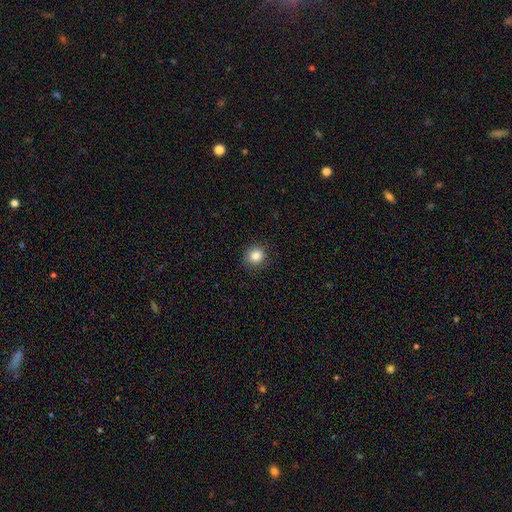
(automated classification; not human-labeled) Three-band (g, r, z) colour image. It shows a smooth galaxy with no disk features (86%) that is round (82%). Merging: none (88%).